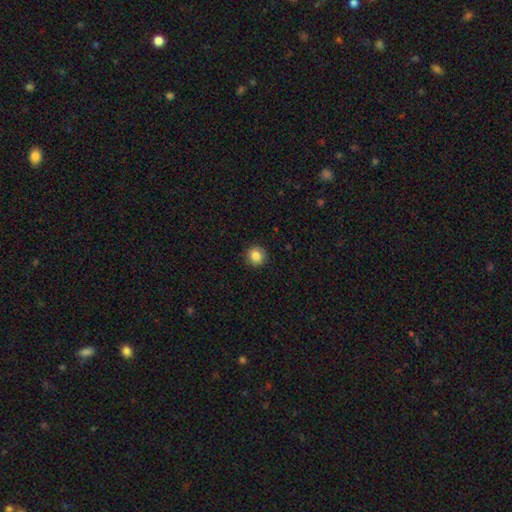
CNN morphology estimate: A smooth galaxy with no disk features (85%) that is round (93%). Merging: none (91%).